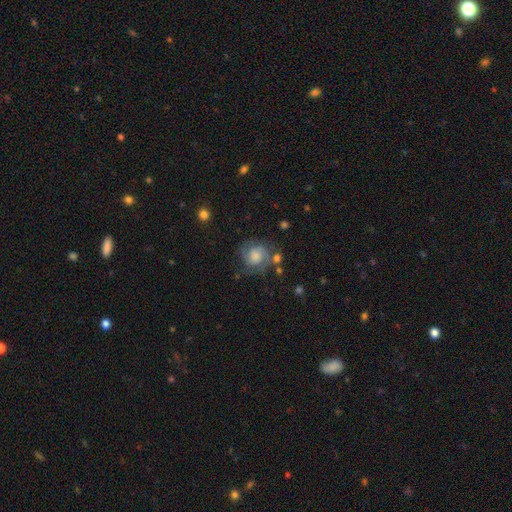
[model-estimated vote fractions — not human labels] smooth_or_featured: featured or disk (p=0.59) [alt: smooth p=0.32]
disk_edge_on: no (p=0.98) [alt: yes p=0.02]
bar: no (p=0.70) [alt: weak p=0.26]
has_spiral_arms: yes (p=0.89) [alt: no p=0.11]
spiral_winding: medium (p=0.43) [tied with: tight p=0.43]
spiral_arm_count: 2 (p=0.64) [alt: can't tell p=0.16]
bulge_size: moderate (p=0.31) [alt: small p=0.25]
merging: none (p=0.62) [alt: minor disturbance p=0.21]